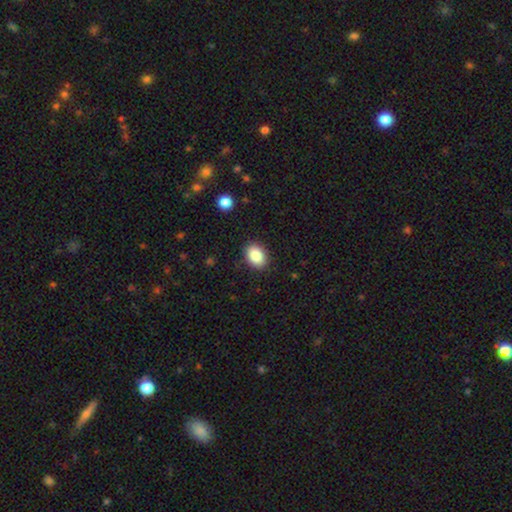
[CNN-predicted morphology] smooth_or_featured: smooth (p=0.87) [alt: star or artifact p=0.08]
how_rounded: in between (p=0.76) [alt: round p=0.23]
merging: none (p=0.88) [alt: minor disturbance p=0.09]